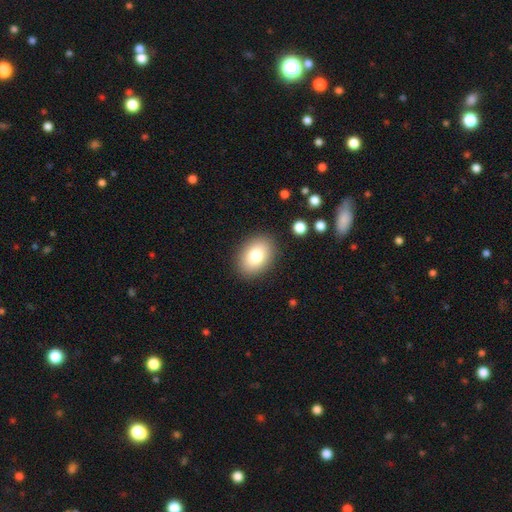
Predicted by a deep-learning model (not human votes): This appears to be a smooth galaxy with no disk features (81%) that is in between round and cigar-shaped (78%). Merging: none (88%).